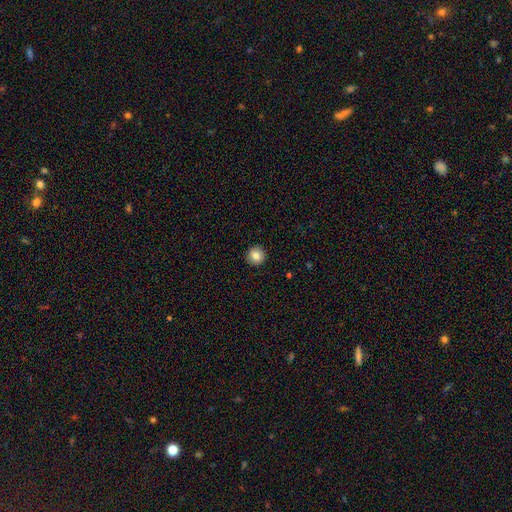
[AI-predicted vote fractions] The model was most divided on "smooth or featured": smooth: 84%, star or artifact: 9%, featured or disk: 7%. More confident: how rounded — round (94%); merging — none (93%).